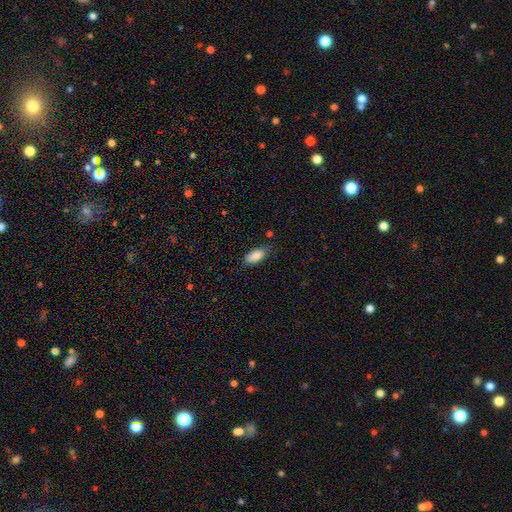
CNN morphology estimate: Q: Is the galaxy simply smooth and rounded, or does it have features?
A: smooth — 86%.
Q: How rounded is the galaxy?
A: in between — 88%.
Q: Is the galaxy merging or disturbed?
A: none — 69%.